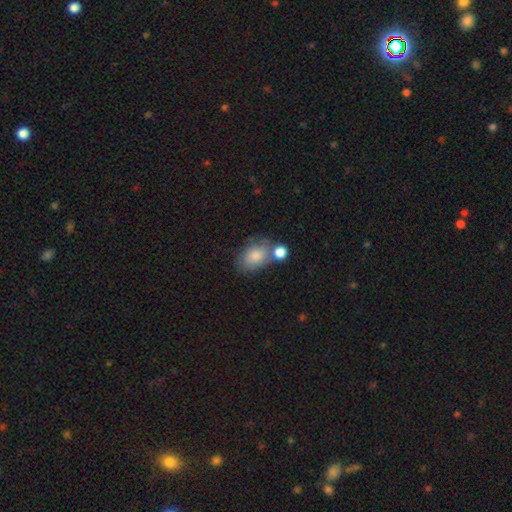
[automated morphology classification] A smooth galaxy with no disk features (79%) that is in between round and cigar-shaped (79%). Merging: none (44%).